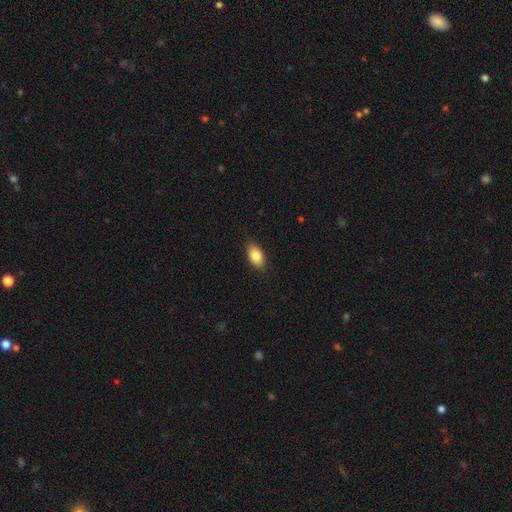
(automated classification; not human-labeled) smooth_or_featured: smooth (p=0.85) [alt: featured or disk p=0.08]
how_rounded: in between (p=0.91) [alt: round p=0.06]
merging: none (p=0.88) [alt: minor disturbance p=0.09]